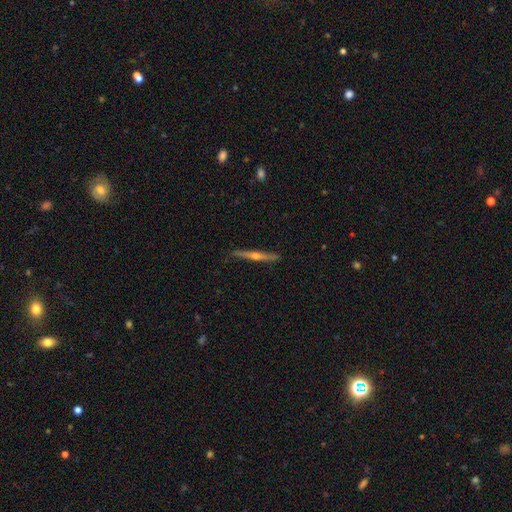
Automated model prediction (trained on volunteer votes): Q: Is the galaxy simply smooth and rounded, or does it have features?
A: featured or disk — 74%.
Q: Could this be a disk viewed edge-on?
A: yes — 98%.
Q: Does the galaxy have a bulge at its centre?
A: rounded — 91%.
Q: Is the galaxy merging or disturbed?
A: none — 88%.